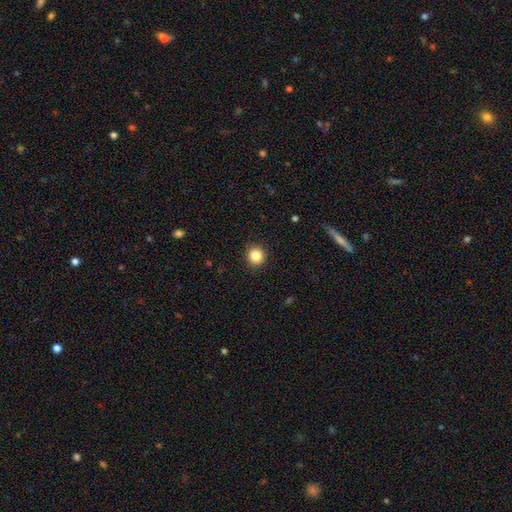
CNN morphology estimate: Q: Smooth or featured?
A: smooth (84%); runner-up: star or artifact (10%)
Q: How rounded?
A: round (91%); runner-up: in between (8%)
Q: Merging?
A: none (92%); runner-up: minor disturbance (5%)